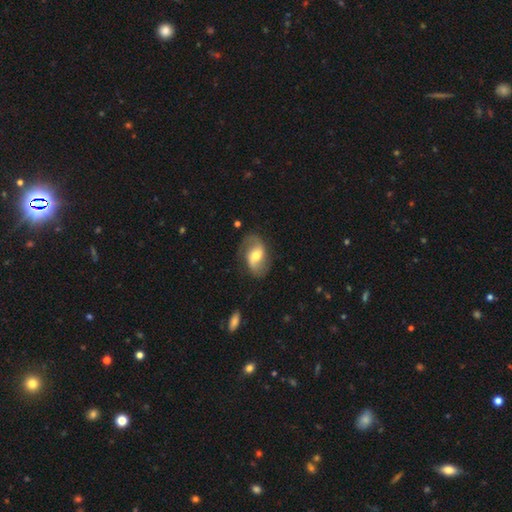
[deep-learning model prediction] Smooth or featured? featured or disk (73%)
Edge-on disk? no (96%)
Bar? weak (44%)
Spiral arms? yes (90%)
Spiral winding? loose (53%)
Spiral arm count? 2 (88%)
Bulge size? moderate (67%)
Merging? none (75%)